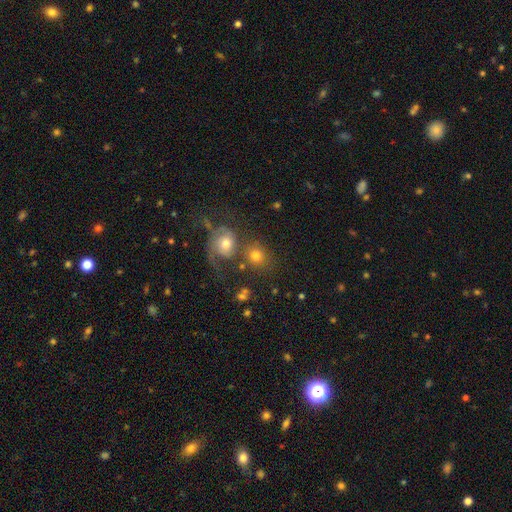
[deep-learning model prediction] Q: Smooth or featured?
A: smooth (71%); runner-up: featured or disk (17%)
Q: How rounded?
A: round (75%); runner-up: in between (23%)
Q: Merging?
A: none (45%); runner-up: merger (35%)